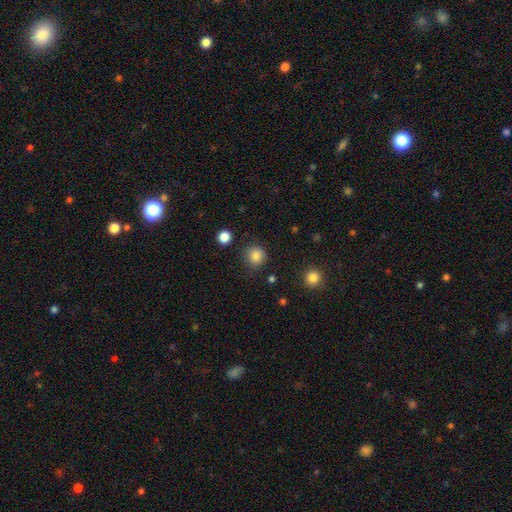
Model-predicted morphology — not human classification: Overall: smooth (85%). How rounded: round (90%). Merging: none (82%).